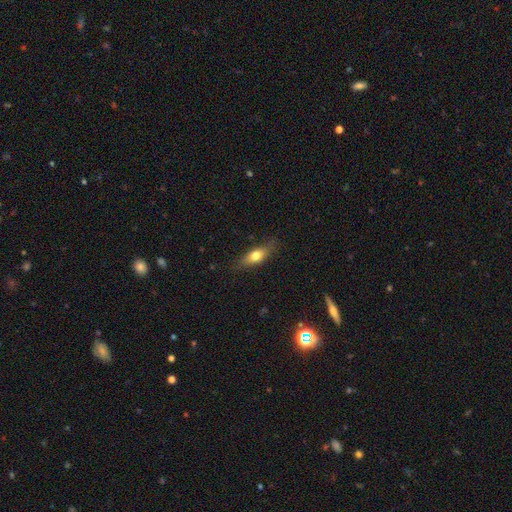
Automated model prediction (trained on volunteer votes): smooth-or-featured: smooth: 67% | featured or disk: 25% | star or artifact: 8%
  how-rounded: in between: 63% | cigar-shaped: 32% | round: 6%
  merging: none: 78% | minor disturbance: 17% | major disturbance: 4% | merger: 1%